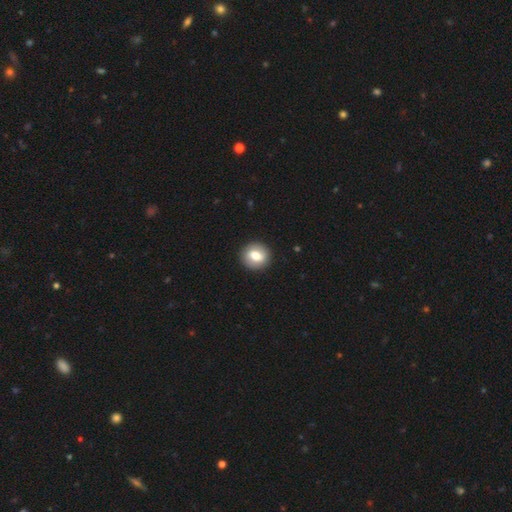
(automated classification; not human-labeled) smooth_or_featured: smooth (p=0.71) [alt: featured or disk p=0.21]
how_rounded: round (p=0.84) [alt: in between p=0.15]
merging: none (p=0.91) [alt: minor disturbance p=0.06]